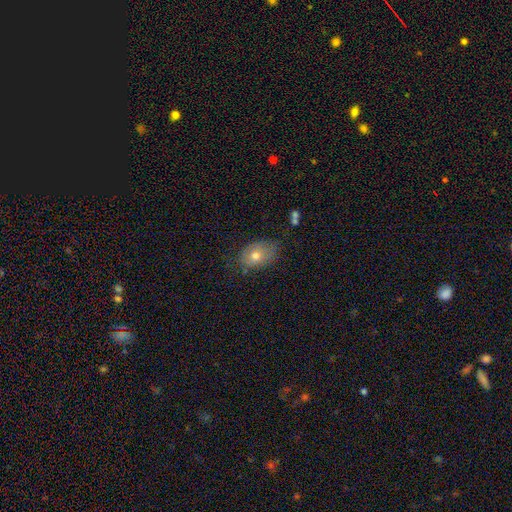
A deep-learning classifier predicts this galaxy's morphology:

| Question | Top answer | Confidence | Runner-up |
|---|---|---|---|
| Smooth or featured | smooth | 70% | featured or disk (22%) |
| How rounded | in between | 83% | round (16%) |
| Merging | none | 61% | minor disturbance (29%) |